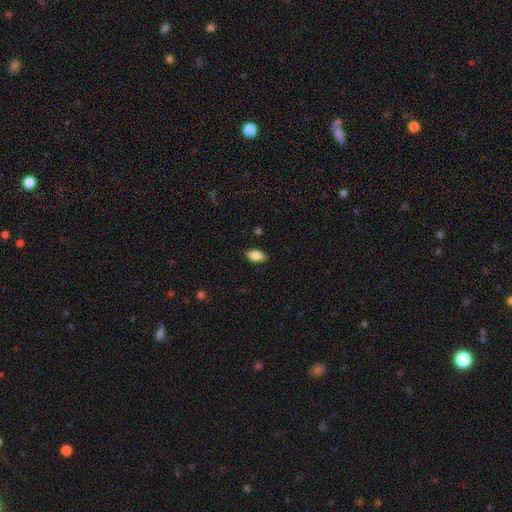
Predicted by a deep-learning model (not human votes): A smooth galaxy with no disk features (84%) that is in between round and cigar-shaped (91%). Merging: none (87%).